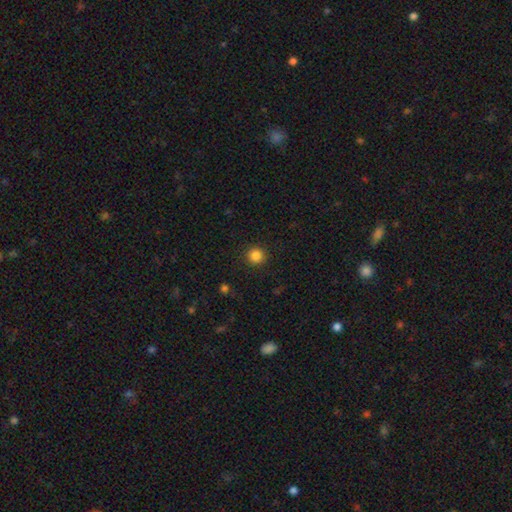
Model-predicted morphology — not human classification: A smooth galaxy with no disk features (85%) that is round (95%). Merging: none (92%).